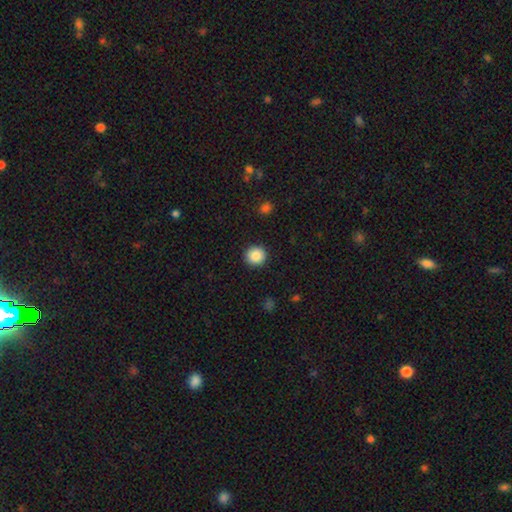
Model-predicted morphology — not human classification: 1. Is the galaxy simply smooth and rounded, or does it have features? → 87% smooth, 9% star or artifact, 4% featured or disk.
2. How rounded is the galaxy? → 94% round, 5% in between, 1% cigar-shaped.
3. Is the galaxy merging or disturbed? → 92% none, 5% minor disturbance, 2% major disturbance, 1% merger.